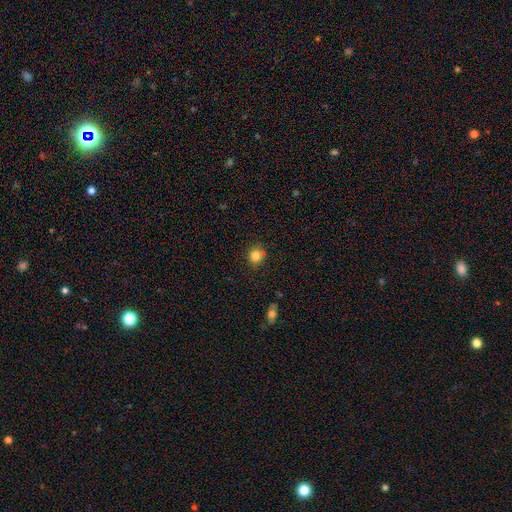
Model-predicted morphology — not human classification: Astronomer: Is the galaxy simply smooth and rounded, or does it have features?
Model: smooth — 81%.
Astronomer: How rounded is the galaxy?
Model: round — 84%.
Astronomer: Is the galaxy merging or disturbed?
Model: none — 79%.